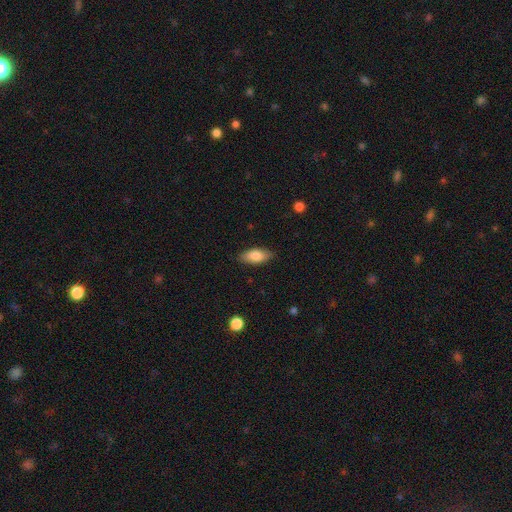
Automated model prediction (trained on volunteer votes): Smooth or featured: smooth — 81% (featured or disk — 12%)
How rounded: in between — 87% (cigar-shaped — 11%)
Merging: none — 85% (minor disturbance — 11%)